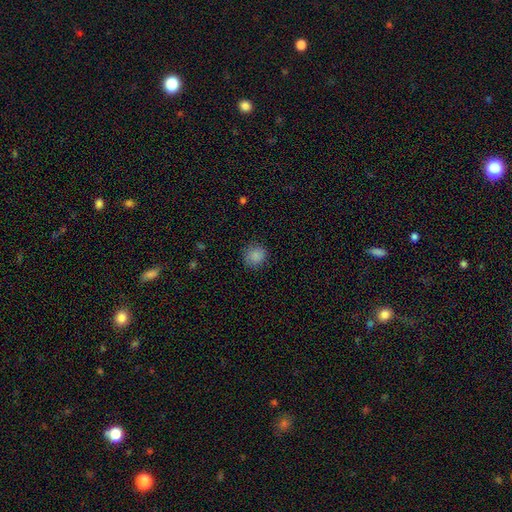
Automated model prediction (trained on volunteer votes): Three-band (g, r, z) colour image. It shows a smooth galaxy with no disk features (86%) that is round (89%). Merging: none (86%).